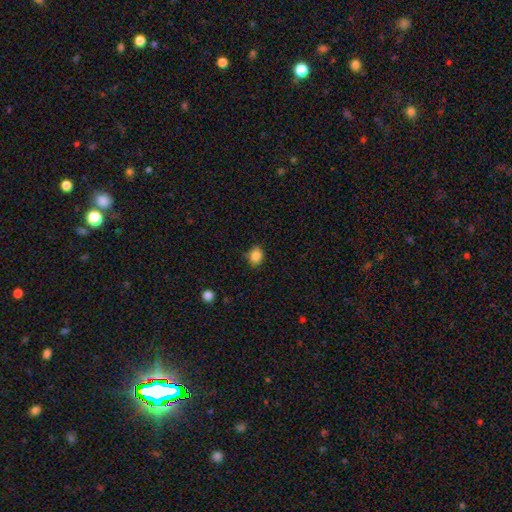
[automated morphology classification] smooth-or-featured: smooth: 85% | star or artifact: 10% | featured or disk: 5%
  how-rounded: round: 57% | in between: 42% | cigar-shaped: 1%
  merging: none: 81% | minor disturbance: 15% | major disturbance: 3% | merger: 1%